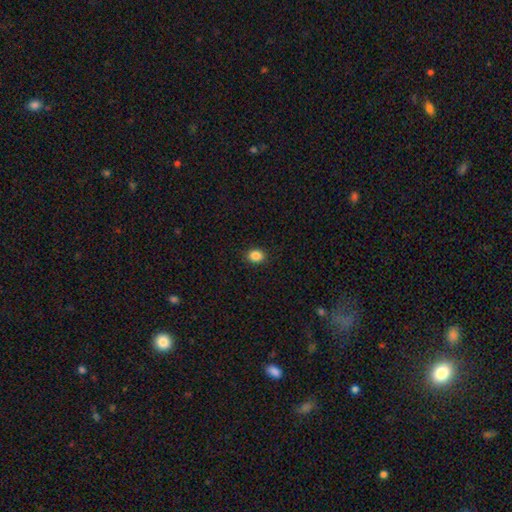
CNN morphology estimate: A smooth galaxy with no disk features (86%) that is round (51%).

Vote fractions:
- Smooth or featured? smooth: 86% / star or artifact: 10% / featured or disk: 3%
- How rounded? round: 51% / in between: 48% / cigar-shaped: 1%
- Merging? none: 90% / minor disturbance: 7% / major disturbance: 2% / merger: 1%